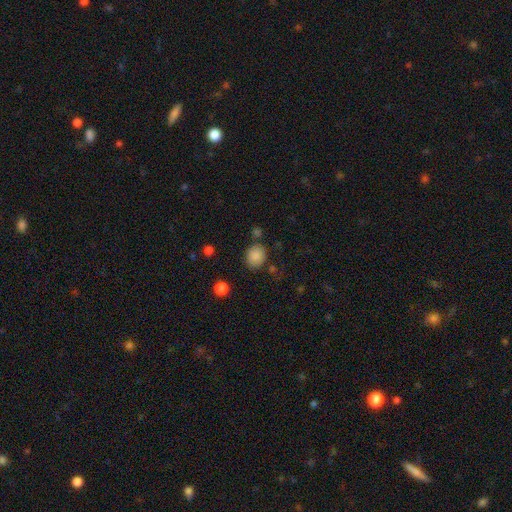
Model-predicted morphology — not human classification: A smooth galaxy with no disk features (85%) that is round (62%). Merging: none (79%).